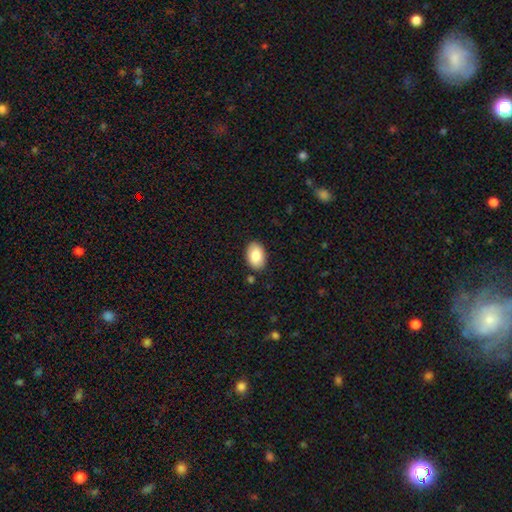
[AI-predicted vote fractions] A smooth galaxy with no disk features (84%) that is in between round and cigar-shaped (88%). Merging: none (87%).